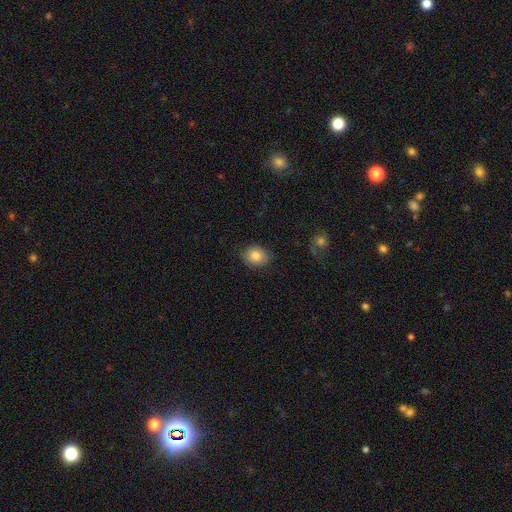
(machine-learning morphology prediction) Smooth or featured?
  - smooth: 82% *
  - featured or disk: 10%
  - star or artifact: 8%
How rounded?
  - round: 59% *
  - in between: 40%
  - cigar-shaped: 1%
Merging?
  - none: 83% *
  - minor disturbance: 13%
  - major disturbance: 3%
  - merger: 1%